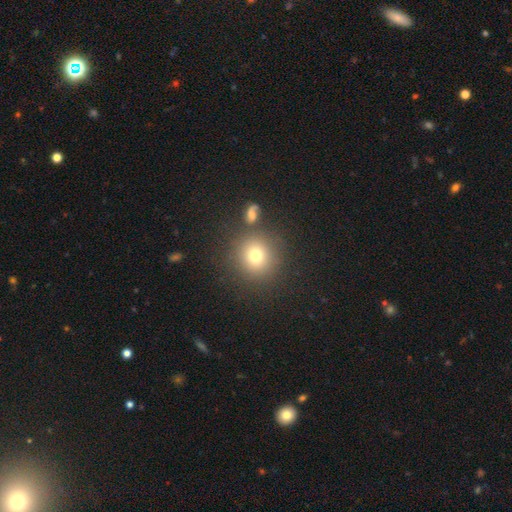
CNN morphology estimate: Overall: smooth (74%). How rounded: round (90%). Merging: none (81%).